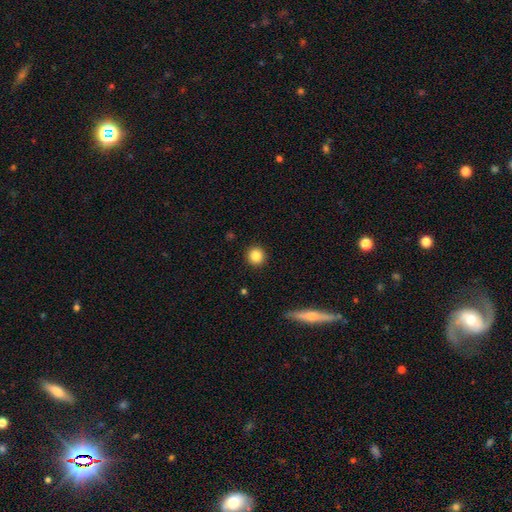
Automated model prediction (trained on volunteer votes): Smooth or featured? smooth (85%)
How rounded? round (92%)
Merging? none (92%)